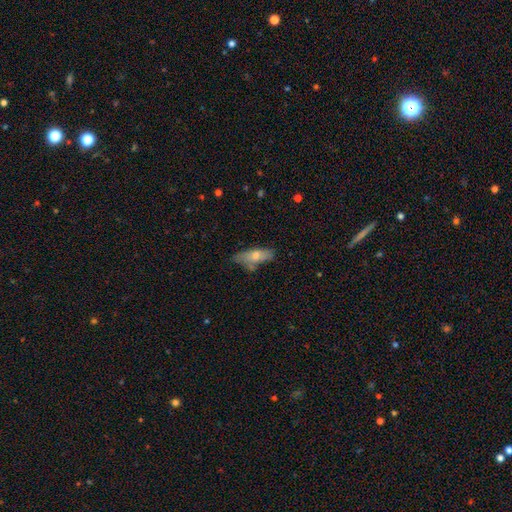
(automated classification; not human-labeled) smooth 59%, featured or disk 32%, star or artifact 9%. Down the decision tree: how rounded — in between (54%); merging — none (64%).